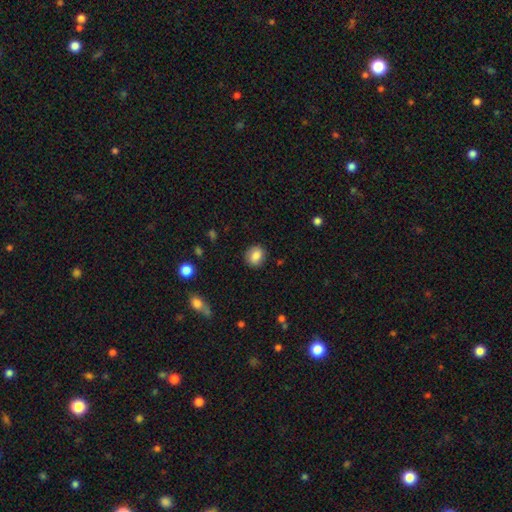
Smooth or featured? 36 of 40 (90%) said smooth. How rounded? 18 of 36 (50%, tied with in between) said round. Merging? 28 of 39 (72%) said none.